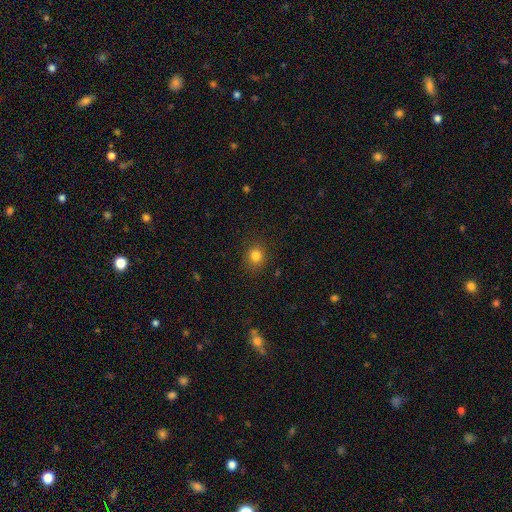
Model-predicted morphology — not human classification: smooth 82%, star or artifact 13%, featured or disk 5%. Down the decision tree: how rounded — round (82%); merging — none (88%).